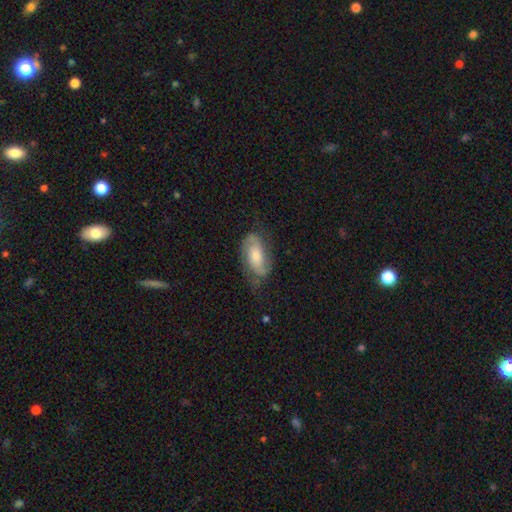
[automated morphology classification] Smooth or featured: featured or disk — 61% (smooth — 31%)
Edge-on disk: no — 92% (yes — 8%)
Bar: no — 56% (weak — 33%)
Spiral arms: yes — 89% (no — 11%)
Spiral winding: medium — 44% (tight — 31%)
Spiral arm count: 2 — 79% (can't tell — 13%)
Bulge size: moderate — 48% (small — 26%)
Merging: none — 63% (minor disturbance — 25%)